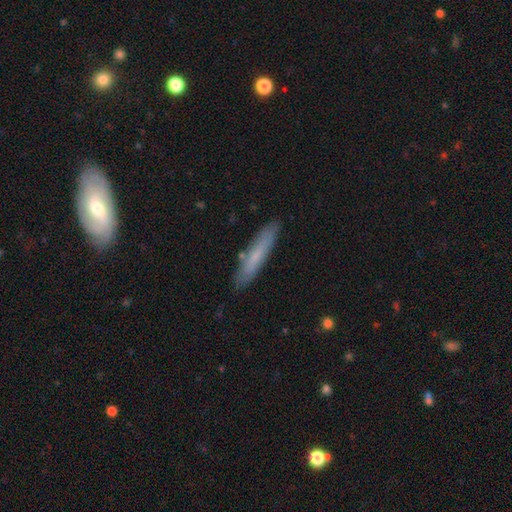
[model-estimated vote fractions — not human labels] smooth 64%, featured or disk 29%, star or artifact 7%. Down the decision tree: how rounded — cigar-shaped (89%); merging — none (85%).